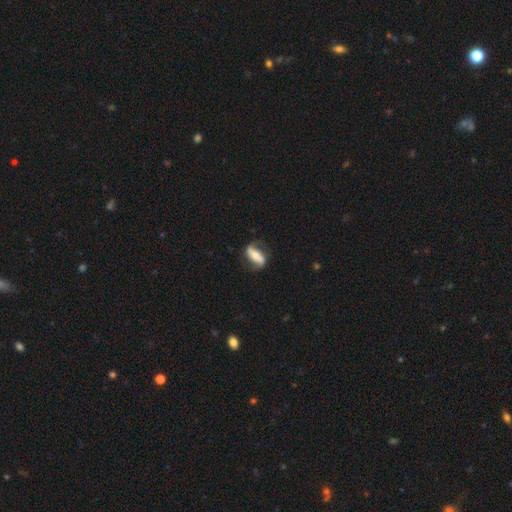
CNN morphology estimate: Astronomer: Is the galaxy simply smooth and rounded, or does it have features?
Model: featured or disk — 60%.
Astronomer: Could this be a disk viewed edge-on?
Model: no — 82%.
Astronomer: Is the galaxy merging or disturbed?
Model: none — 69%.